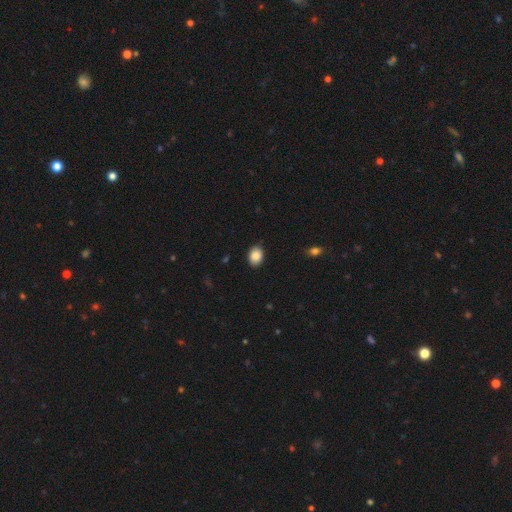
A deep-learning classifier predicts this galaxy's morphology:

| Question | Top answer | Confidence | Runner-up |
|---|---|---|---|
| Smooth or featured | smooth | 87% | star or artifact (8%) |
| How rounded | in between | 72% | round (27%) |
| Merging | none | 88% | minor disturbance (9%) |